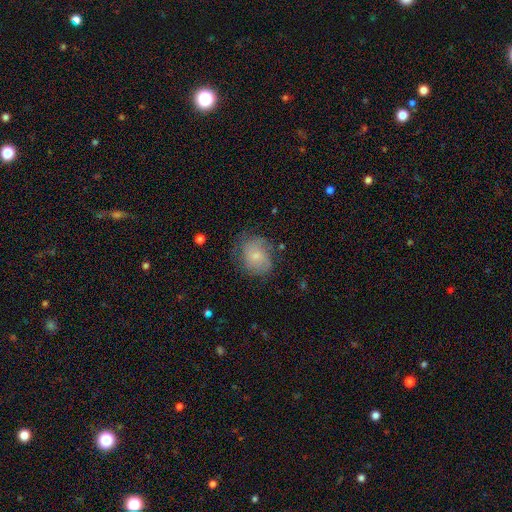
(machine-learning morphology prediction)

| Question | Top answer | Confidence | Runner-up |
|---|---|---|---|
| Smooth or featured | smooth | 57% | featured or disk (35%) |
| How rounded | round | 61% | in between (38%) |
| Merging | none | 63% | minor disturbance (25%) |